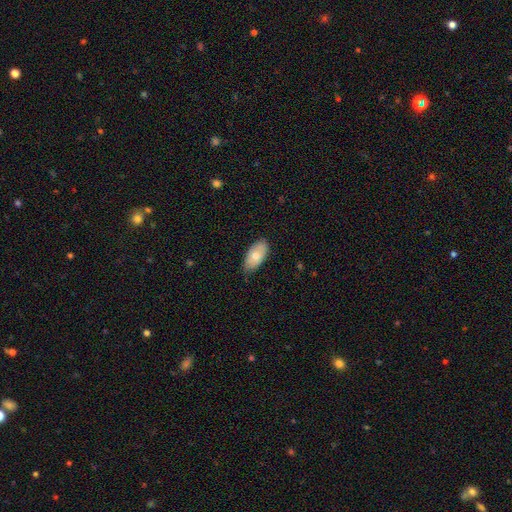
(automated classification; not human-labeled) This is likely a smooth galaxy (70%). How rounded: clearly in between (94%). Merging: clearly none (81%).